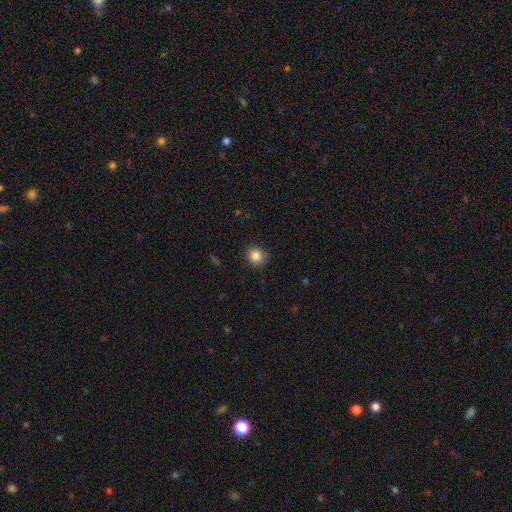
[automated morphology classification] smooth_or_featured: smooth (p=0.86) [alt: star or artifact p=0.10]
how_rounded: round (p=0.84) [alt: in between p=0.15]
merging: none (p=0.86) [alt: minor disturbance p=0.10]